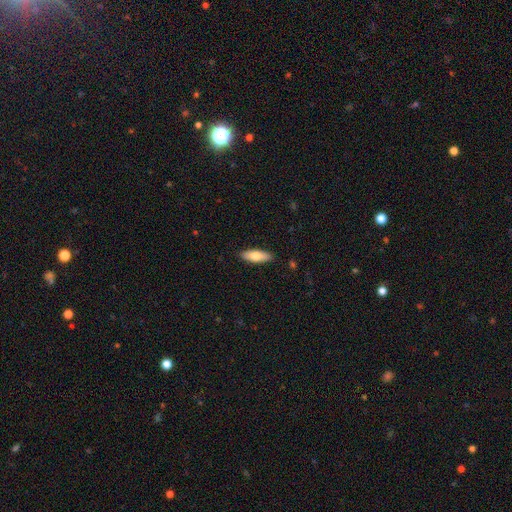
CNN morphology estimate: smooth_or_featured: smooth (p=0.73) [alt: featured or disk p=0.21]
how_rounded: in between (p=0.63) [alt: cigar-shaped p=0.35]
merging: none (p=0.89) [alt: minor disturbance p=0.08]